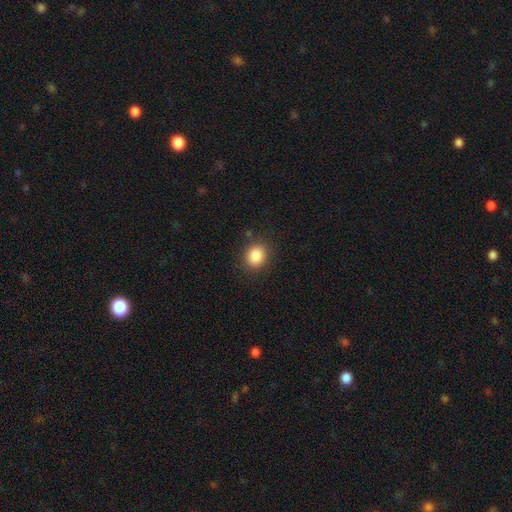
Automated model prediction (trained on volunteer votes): Smooth or featured?
  - smooth: 86% *
  - star or artifact: 10%
  - featured or disk: 4%
How rounded?
  - round: 72% *
  - in between: 27%
  - cigar-shaped: 1%
Merging?
  - none: 87% *
  - minor disturbance: 9%
  - major disturbance: 3%
  - merger: 2%